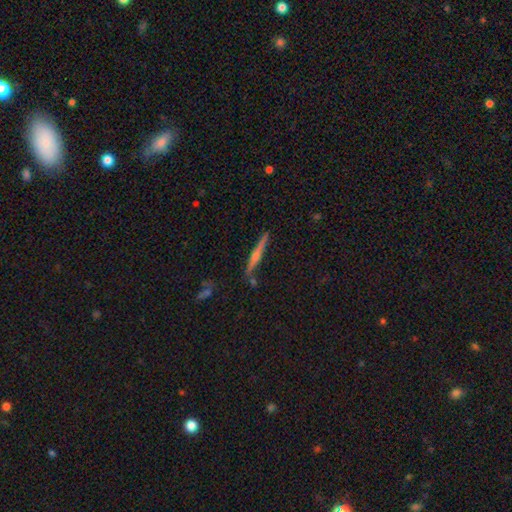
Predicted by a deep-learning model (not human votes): This is likely a featured or disk galaxy (67%). It is clearly viewed edge-on (98%). Edge-on bulge: likely rounded (76%). Merging: clearly none (85%).